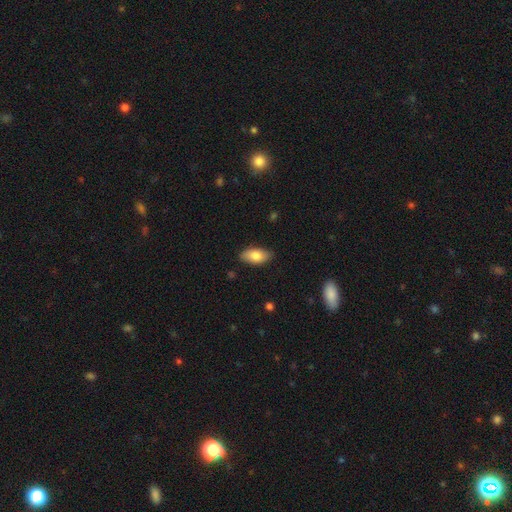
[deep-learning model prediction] Morphology: type=smooth (80%); roundness=in between (91%); merging=none (85%).